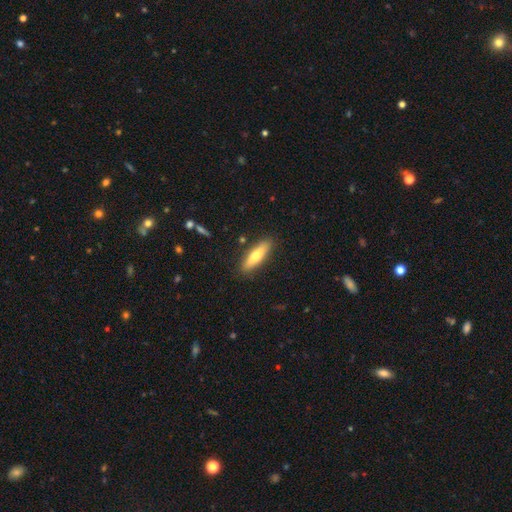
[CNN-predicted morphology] Q: Smooth or featured?
A: smooth (67%); runner-up: featured or disk (27%)
Q: How rounded?
A: cigar-shaped (65%); runner-up: in between (33%)
Q: Merging?
A: none (87%); runner-up: minor disturbance (9%)